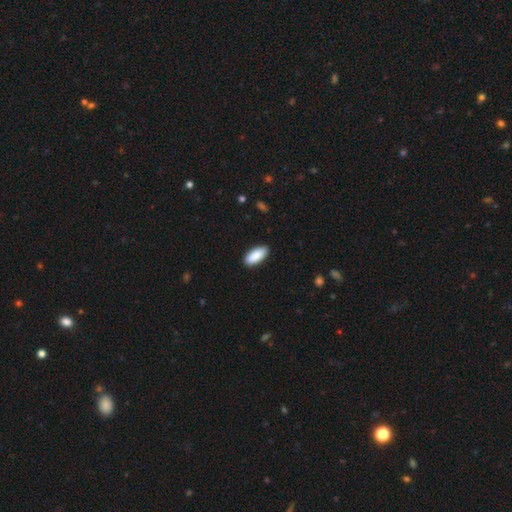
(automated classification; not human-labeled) Smooth or featured?
  - smooth: 90% *
  - star or artifact: 6%
  - featured or disk: 5%
How rounded?
  - in between: 88% *
  - cigar-shaped: 10%
  - round: 2%
Merging?
  - none: 88% *
  - minor disturbance: 9%
  - major disturbance: 2%
  - merger: 1%